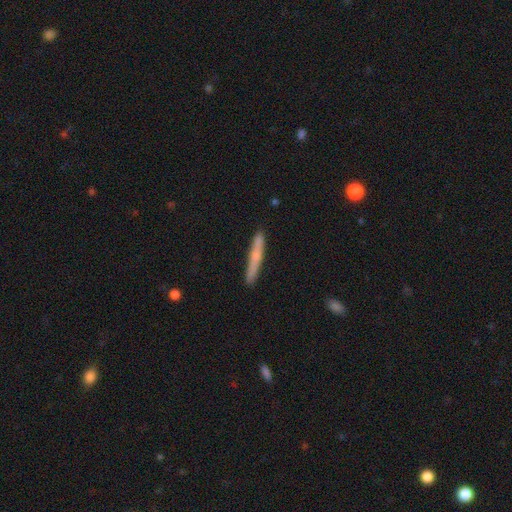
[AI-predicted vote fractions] A smooth galaxy with no disk features (59%) that is cigar-shaped (96%). Merging: none (87%).